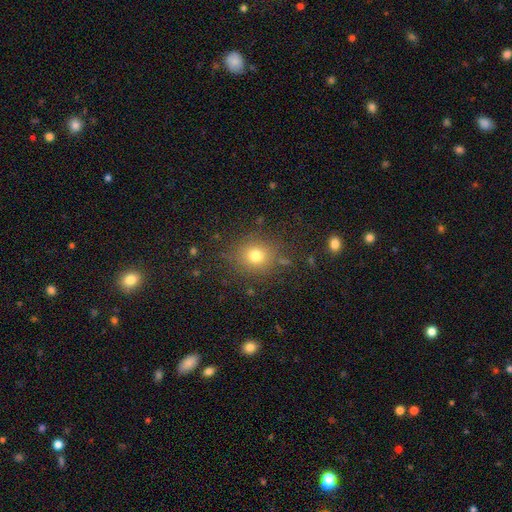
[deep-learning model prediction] This is likely a smooth galaxy (76%). How rounded: clearly round (83%). Merging: clearly none (84%).